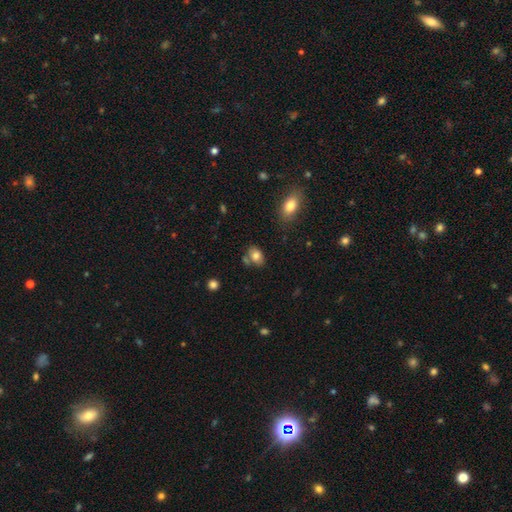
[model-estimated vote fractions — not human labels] The model was most divided on "merging": none: 63%, minor disturbance: 18%, merger: 14%, major disturbance: 5%. More confident: how rounded — in between (80%); smooth or featured — smooth (80%).